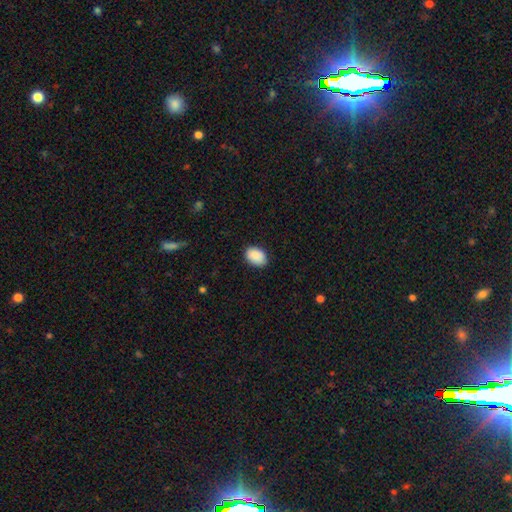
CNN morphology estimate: Smooth or featured?
  - smooth: 90% *
  - star or artifact: 7%
  - featured or disk: 3%
How rounded?
  - in between: 84% *
  - round: 15%
  - cigar-shaped: 1%
Merging?
  - none: 85% *
  - minor disturbance: 12%
  - major disturbance: 2%
  - merger: 1%